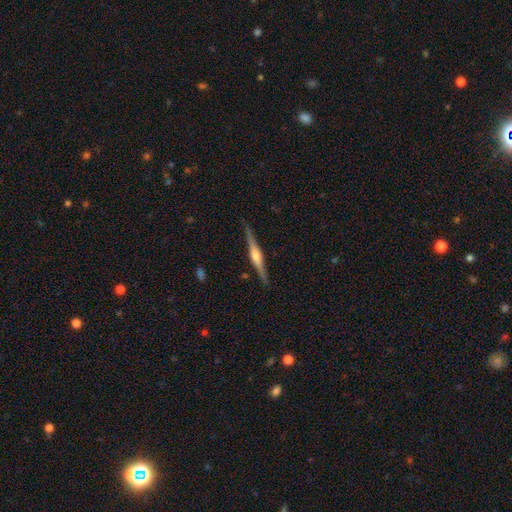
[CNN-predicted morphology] type=featured or disk (80%); edge-on=yes (98%); edge-on bulge=rounded (85%); merging=none (90%).